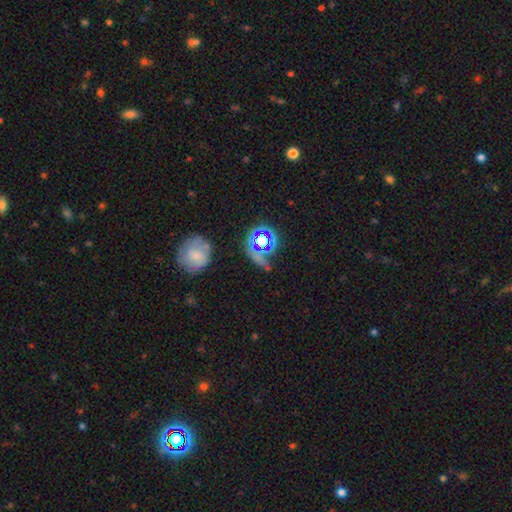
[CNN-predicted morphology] This appears to be a star or artifact, not a galaxy (57%).